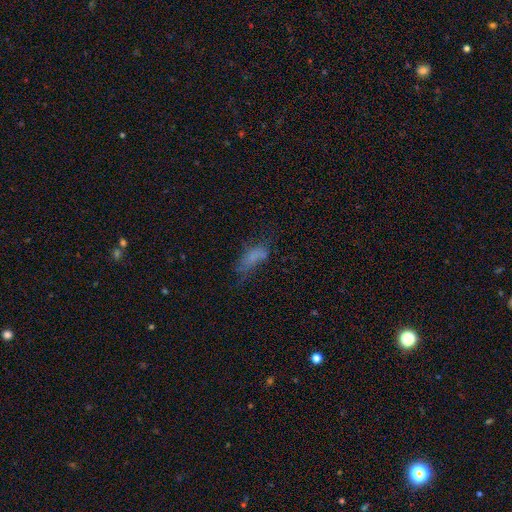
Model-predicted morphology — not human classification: Smooth or featured: smooth — 61% (featured or disk — 21%)
How rounded: in between — 70% (cigar-shaped — 27%)
Merging: none — 36% (major disturbance — 32%)